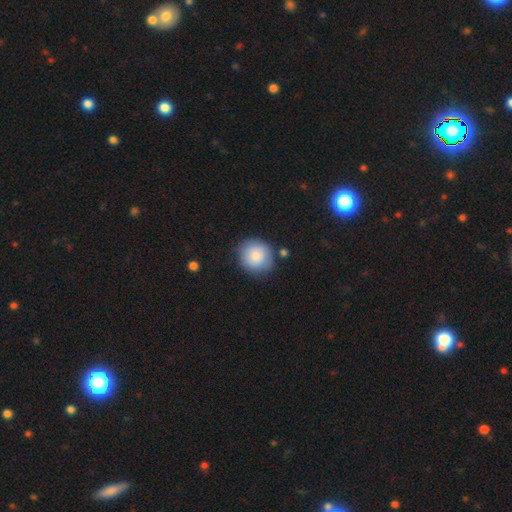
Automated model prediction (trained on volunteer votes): This is clearly a smooth galaxy (86%). How rounded: clearly round (90%). Merging: clearly none (80%).